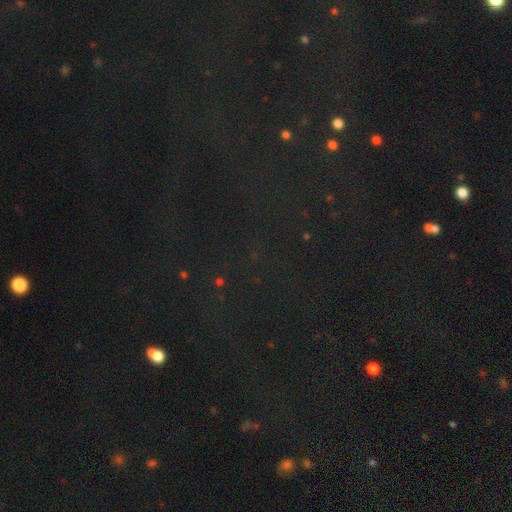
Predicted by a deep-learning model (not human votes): The model was most divided on "smooth or featured": star or artifact: 80%, smooth: 13%, featured or disk: 7%.